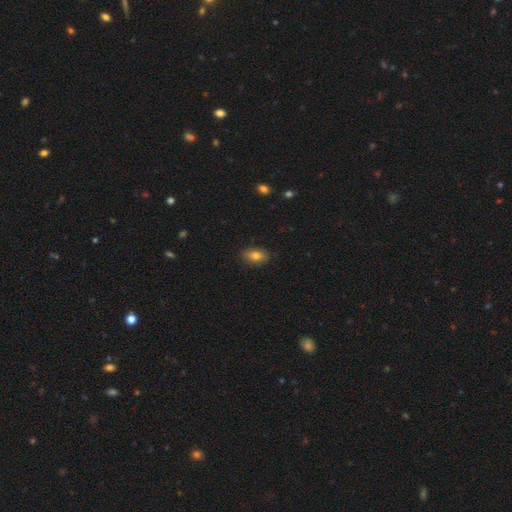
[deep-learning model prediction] smooth_or_featured: smooth (p=0.81) [alt: featured or disk p=0.10]
how_rounded: in between (p=0.87) [alt: round p=0.10]
merging: none (p=0.86) [alt: minor disturbance p=0.11]